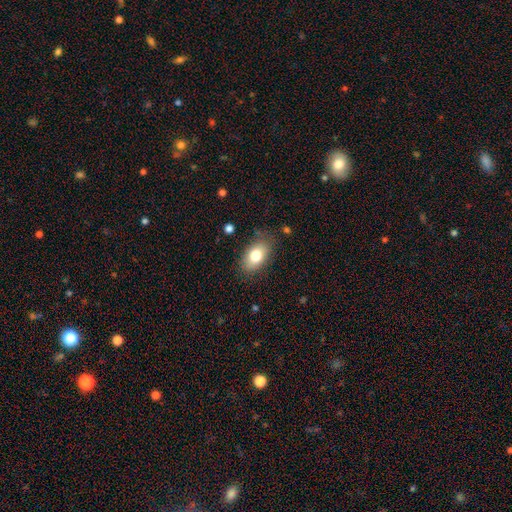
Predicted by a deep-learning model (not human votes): Smooth or featured?
  - smooth: 78% *
  - featured or disk: 14%
  - star or artifact: 8%
How rounded?
  - in between: 89% *
  - round: 10%
  - cigar-shaped: 2%
Merging?
  - none: 80% *
  - minor disturbance: 15%
  - major disturbance: 4%
  - merger: 1%